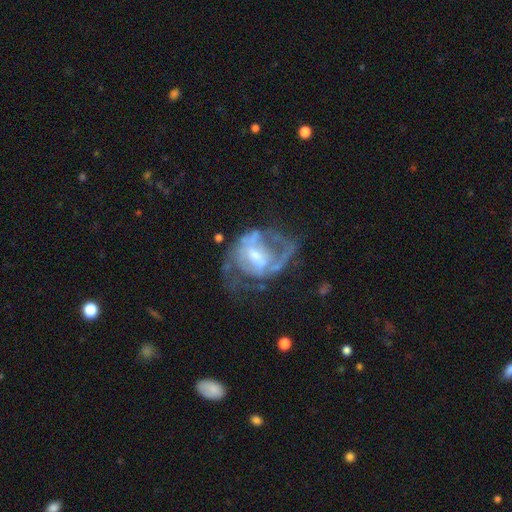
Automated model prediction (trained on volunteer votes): featured or disk 82%, smooth 11%, star or artifact 7%. Down the decision tree: edge-on disk — no (97%); bar — weak (51%); spiral arms — yes (81%); spiral arm count — 2 (57%); spiral winding — medium (47%); bulge size — moderate (48%); merging — none (44%).